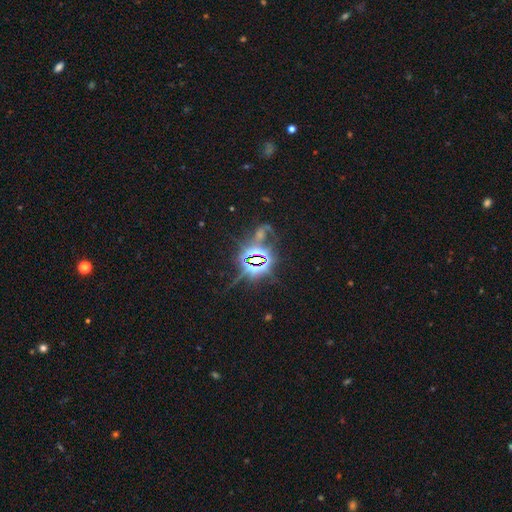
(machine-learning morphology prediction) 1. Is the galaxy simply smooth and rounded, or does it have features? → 84% star or artifact, 8% featured or disk, 8% smooth.